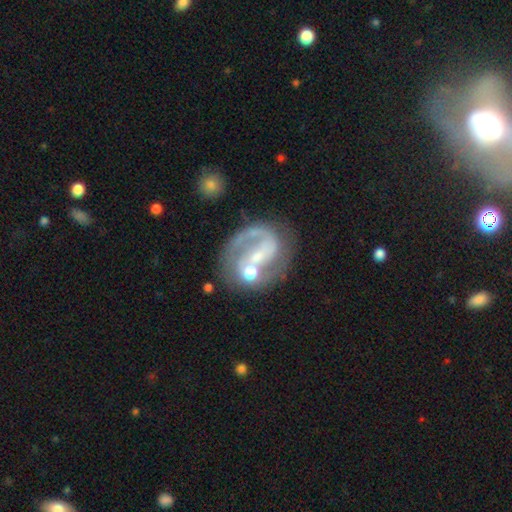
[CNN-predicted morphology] The model was most divided on "spiral arm count": 2: 43%, 1: 41%, can't tell: 10%, 3: 3%, 4: 1%, more than 4: 1%. Remaining: edge-on disk — no (97%); spiral arms — yes (81%); smooth or featured — featured or disk (78%); bulge size — small (49%); merging — none (44%); bar — no (43%); spiral winding — medium (42%).